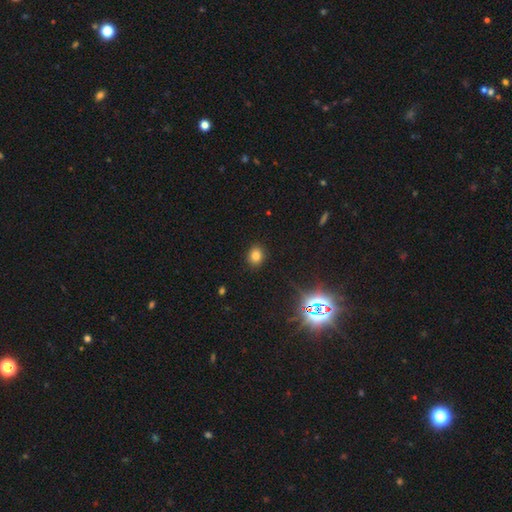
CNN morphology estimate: smooth-or-featured: smooth: 79% | star or artifact: 15% | featured or disk: 5%
  how-rounded: round: 59% | in between: 40% | cigar-shaped: 1%
  merging: none: 89% | minor disturbance: 7% | major disturbance: 2% | merger: 1%